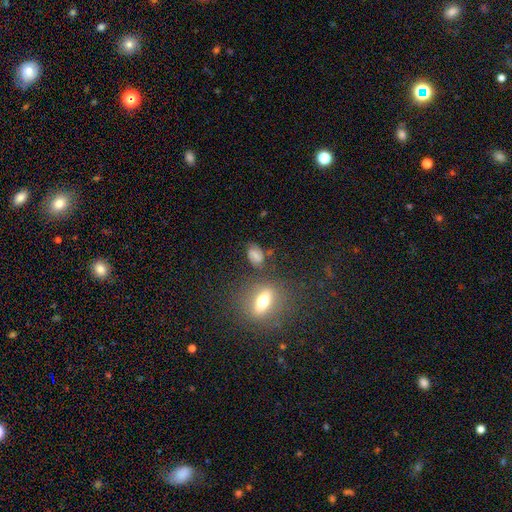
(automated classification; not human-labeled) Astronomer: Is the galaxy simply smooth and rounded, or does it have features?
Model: smooth — 51% (runner-up: featured or disk, 34%).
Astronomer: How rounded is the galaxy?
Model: in between — 79%.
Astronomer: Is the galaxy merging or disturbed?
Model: none — 65%.